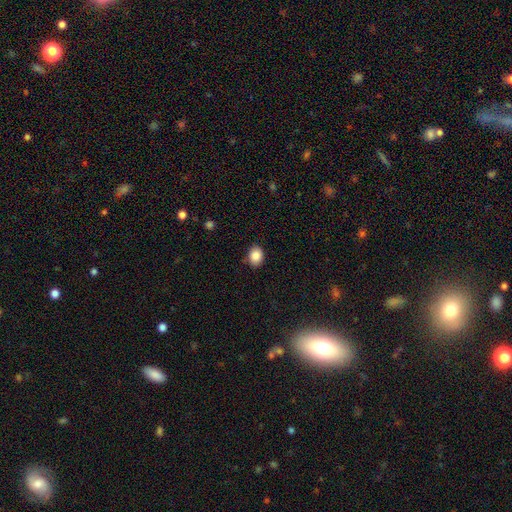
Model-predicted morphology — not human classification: Overall: smooth (88%). How rounded: in between (60%; round 39%). Merging: none (85%).